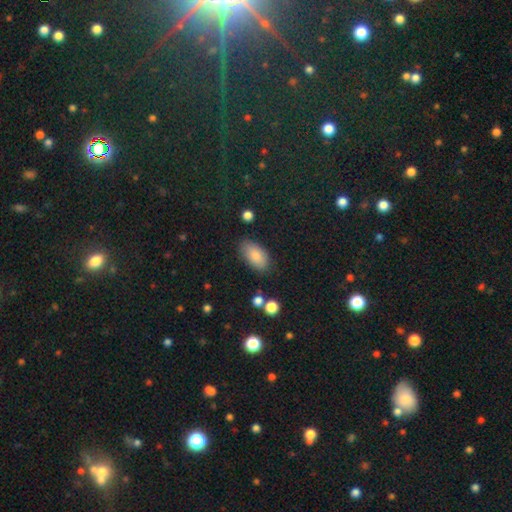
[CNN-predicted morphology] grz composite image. It shows a smooth galaxy with no disk features (86%) that is in between round and cigar-shaped (93%). Merging: none (81%).